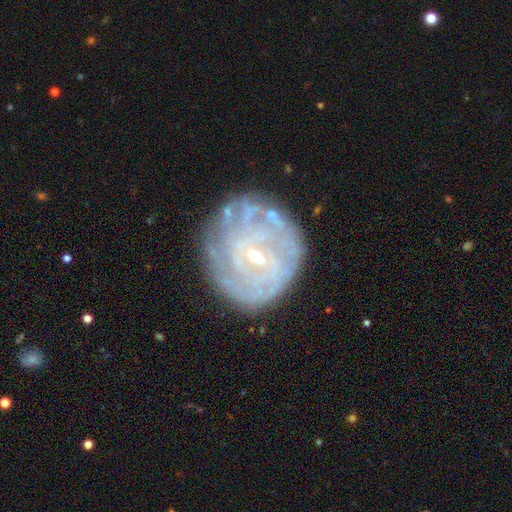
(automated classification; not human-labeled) A featured or disk galaxy (77%) with a weak bar (51%), tight (75%) spiral arms (82%) and a small central bulge (73%). Merging: none (74%).